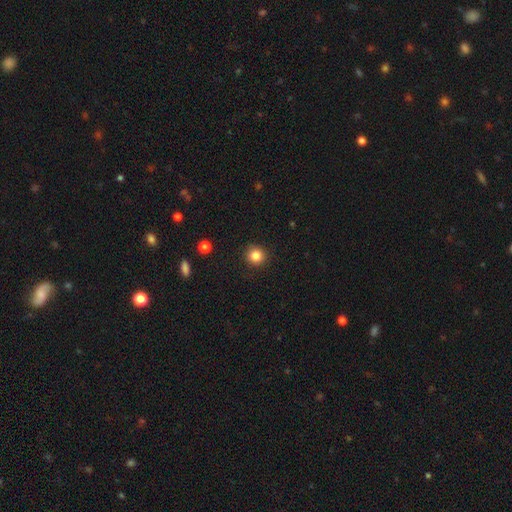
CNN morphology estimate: smooth-or-featured: smooth: 83% | star or artifact: 12% | featured or disk: 5%
  how-rounded: round: 91% | in between: 8% | cigar-shaped: 1%
  merging: none: 90% | minor disturbance: 6% | major disturbance: 2% | merger: 1%